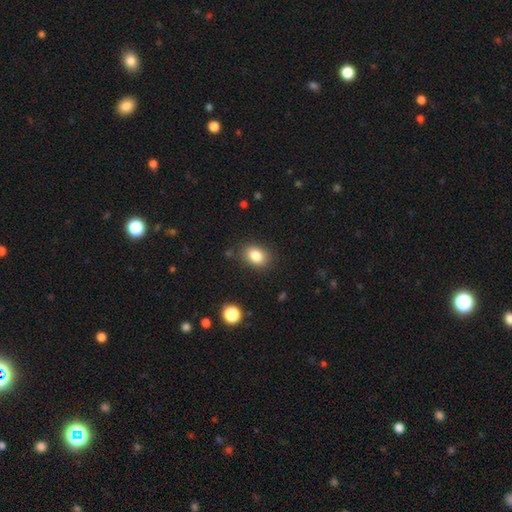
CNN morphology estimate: Smooth or featured?
  - smooth: 84% *
  - star or artifact: 10%
  - featured or disk: 7%
How rounded?
  - in between: 70% *
  - round: 29%
  - cigar-shaped: 1%
Merging?
  - none: 83% *
  - minor disturbance: 11%
  - major disturbance: 3%
  - merger: 2%